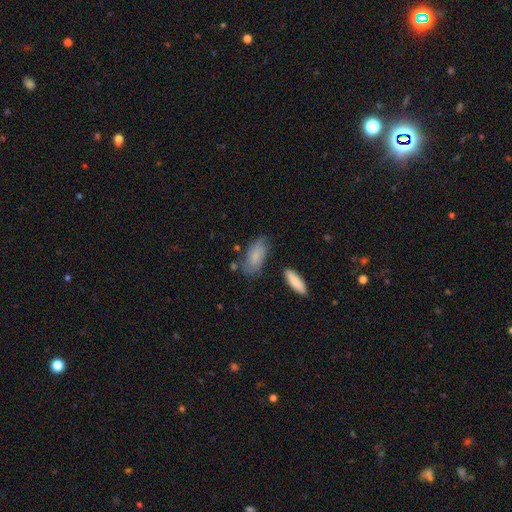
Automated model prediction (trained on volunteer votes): Smooth or featured? Predicted: smooth (p=0.69). How rounded? Predicted: in between (p=0.86). Merging? Predicted: none (p=0.66).